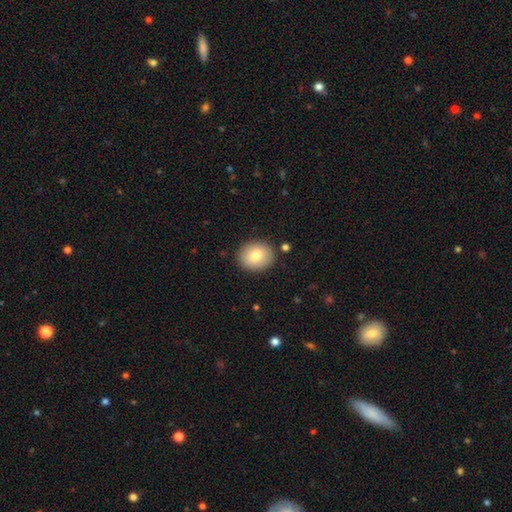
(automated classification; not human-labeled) A smooth galaxy with no disk features (79%) that is round (67%). Merging: none (88%).